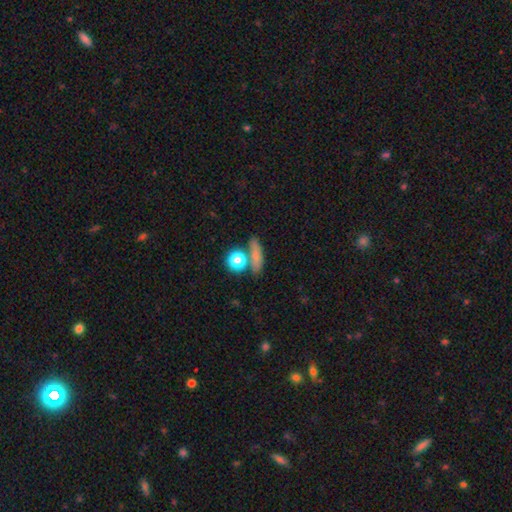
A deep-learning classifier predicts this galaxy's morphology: Q: Smooth or featured?
A: smooth (71%); runner-up: featured or disk (16%)
Q: How rounded?
A: cigar-shaped (43%); runner-up: in between (31%)
Q: Merging?
A: none (67%); runner-up: merger (16%)